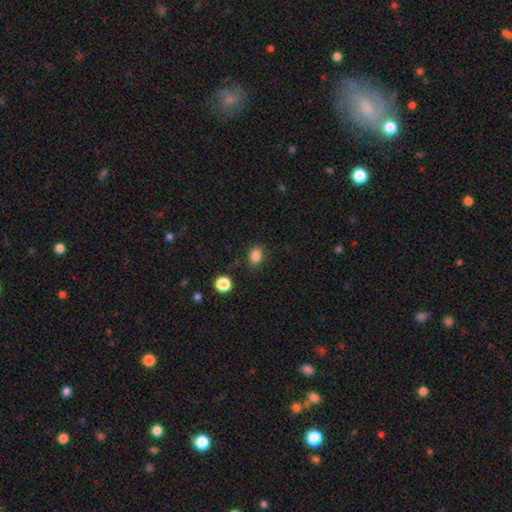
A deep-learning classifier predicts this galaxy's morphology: Overall: smooth (84%). How rounded: in between (58%; round 41%). Merging: none (82%).